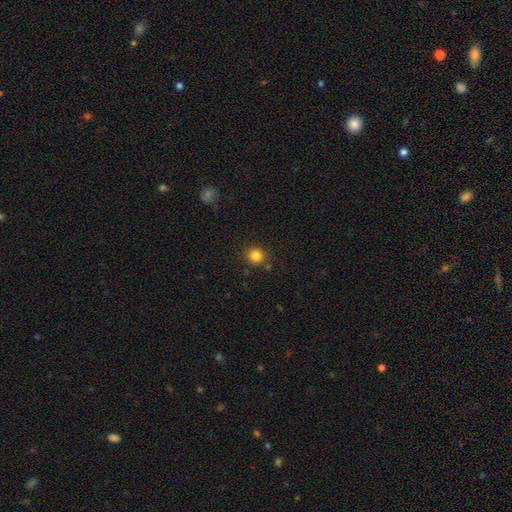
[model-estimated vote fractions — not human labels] A smooth galaxy with no disk features (83%) that is round (88%). Merging: none (86%).